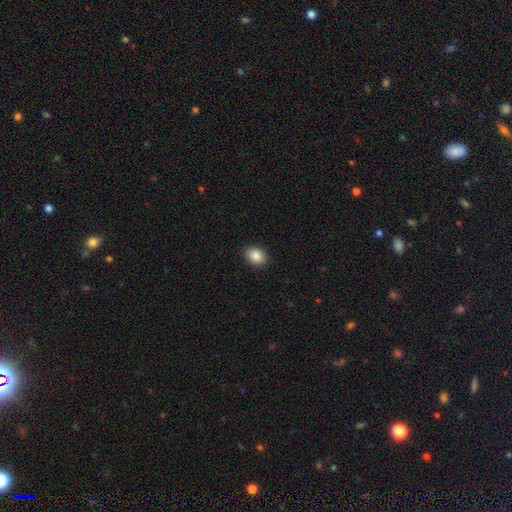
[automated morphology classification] Smooth or featured?
  - smooth: 87% *
  - star or artifact: 8%
  - featured or disk: 4%
How rounded?
  - in between: 57% *
  - round: 42%
  - cigar-shaped: 1%
Merging?
  - none: 90% *
  - minor disturbance: 7%
  - major disturbance: 2%
  - merger: 1%